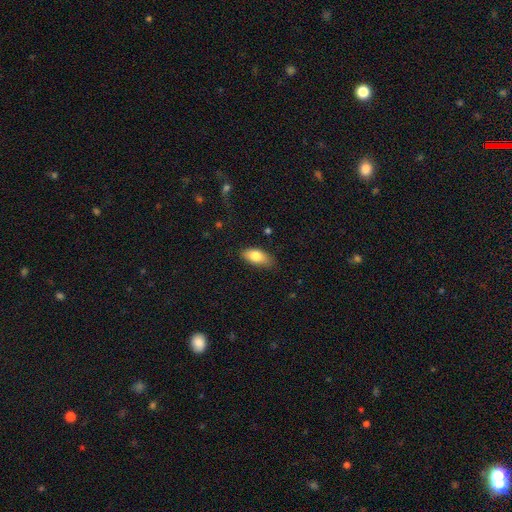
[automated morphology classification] type=smooth (79%); roundness=in between (88%); merging=none (77%).